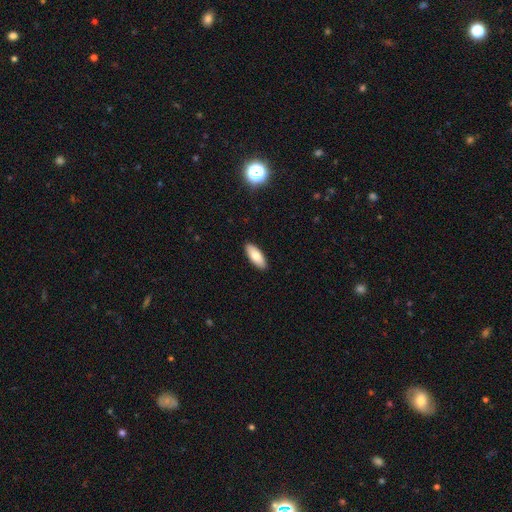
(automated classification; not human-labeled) smooth_or_featured: smooth (p=0.81) [alt: featured or disk p=0.13]
how_rounded: in between (p=0.80) [alt: cigar-shaped p=0.18]
merging: none (p=0.90) [alt: minor disturbance p=0.07]